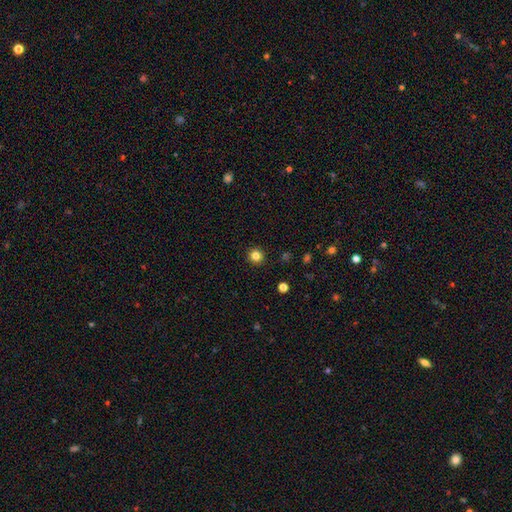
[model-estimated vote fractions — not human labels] Overall: smooth (83%). How rounded: round (94%). Merging: none (93%).